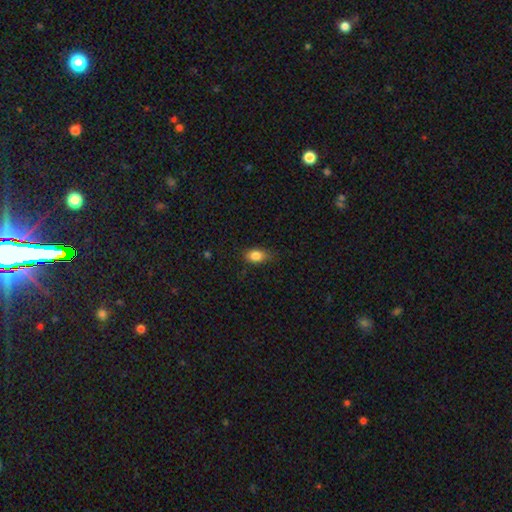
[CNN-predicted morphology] Smooth or featured? smooth (84%)
How rounded? in between (82%)
Merging? none (73%)